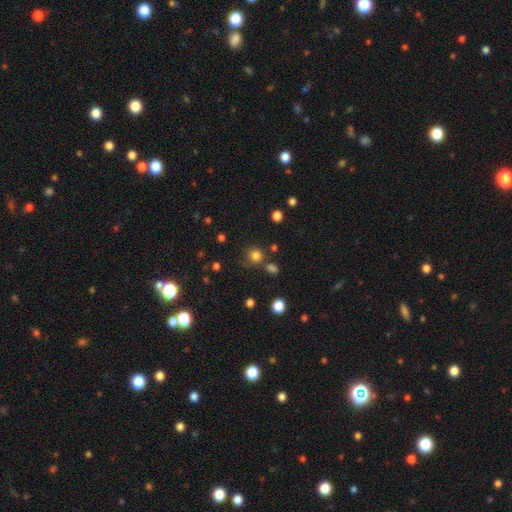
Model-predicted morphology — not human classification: This is likely a smooth galaxy (80%). How rounded: clearly round (88%). Merging: likely none (72%).